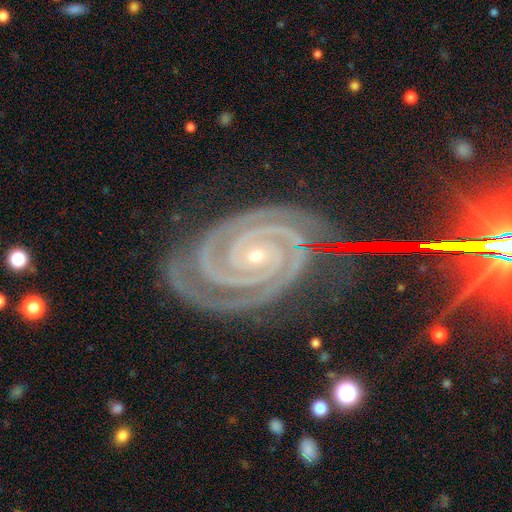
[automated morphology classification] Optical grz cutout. It shows a featured or disk galaxy (93%) with no bar (64%), 2 (81%) tight (90%) spiral arms (99%) and a small central bulge (83%). Merging: none (81%).